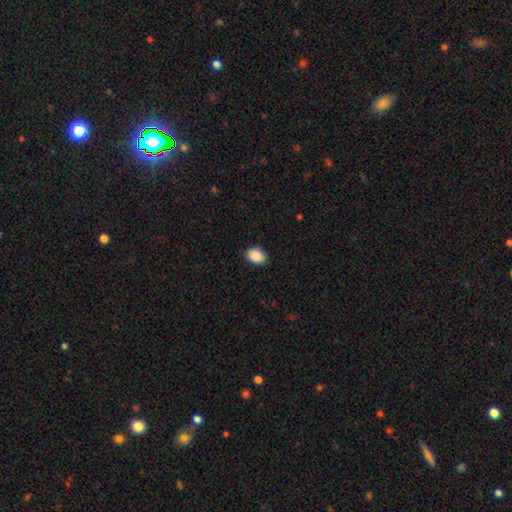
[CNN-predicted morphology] smooth 90%, star or artifact 7%, featured or disk 2%. Down the decision tree: how rounded — in between (72%); merging — none (88%).